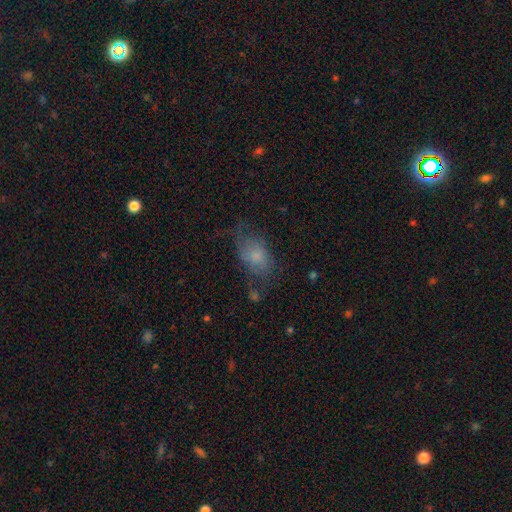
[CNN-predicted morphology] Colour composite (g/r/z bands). It shows a smooth galaxy with no disk features (68%) that is in between round and cigar-shaped (86%). Merging: none (47%).